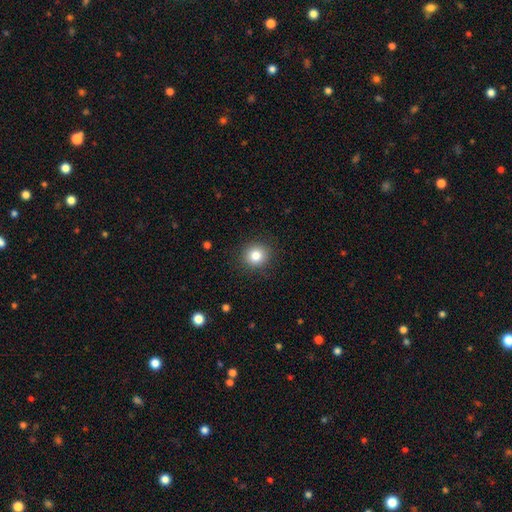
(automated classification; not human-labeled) A smooth galaxy with no disk features (82%) that is round (87%). Merging: none (90%).